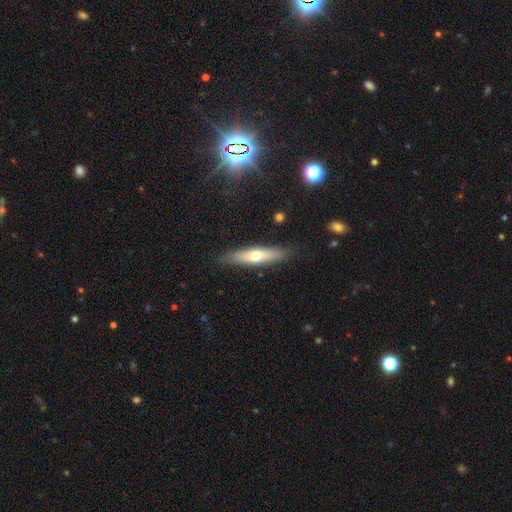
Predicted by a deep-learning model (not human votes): Smooth or featured? Predicted: smooth (p=0.54). How rounded? Predicted: cigar-shaped (p=0.73). Merging? Predicted: none (p=0.86).